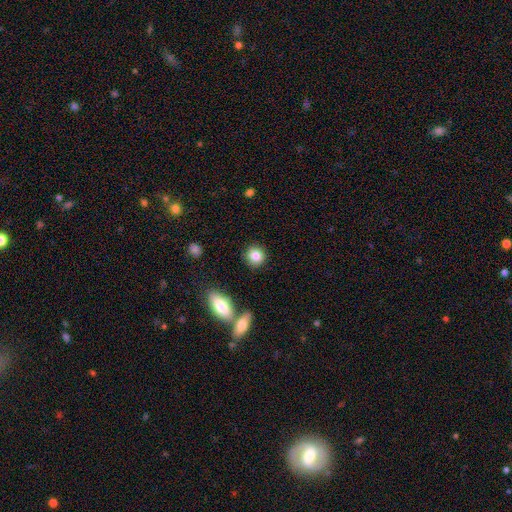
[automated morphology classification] smooth-or-featured: smooth: 84% | star or artifact: 8% | featured or disk: 7%
  how-rounded: round: 82% | in between: 16% | cigar-shaped: 1%
  merging: none: 86% | minor disturbance: 8% | merger: 4% | major disturbance: 2%